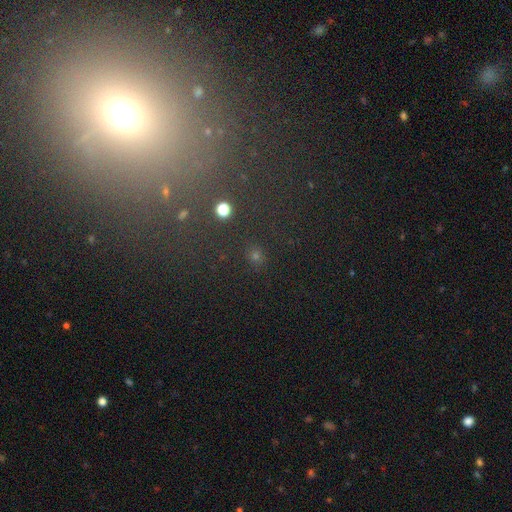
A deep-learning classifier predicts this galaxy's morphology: Q: Smooth or featured?
A: smooth (56%); runner-up: star or artifact (35%)
Q: How rounded?
A: round (71%); runner-up: in between (26%)
Q: Merging?
A: none (85%); runner-up: minor disturbance (8%)